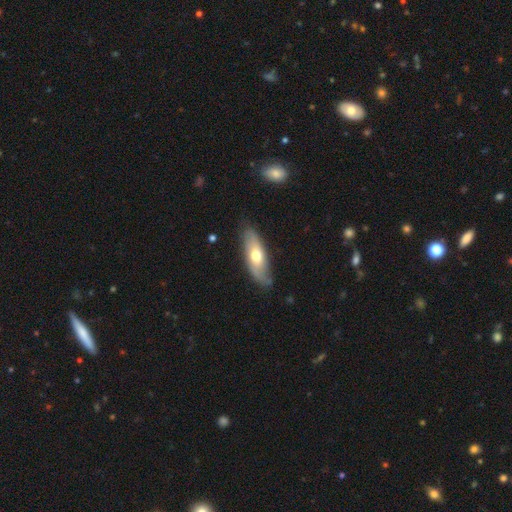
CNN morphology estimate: Smooth or featured? smooth (51%)
How rounded? in between (70%)
Merging? none (74%)